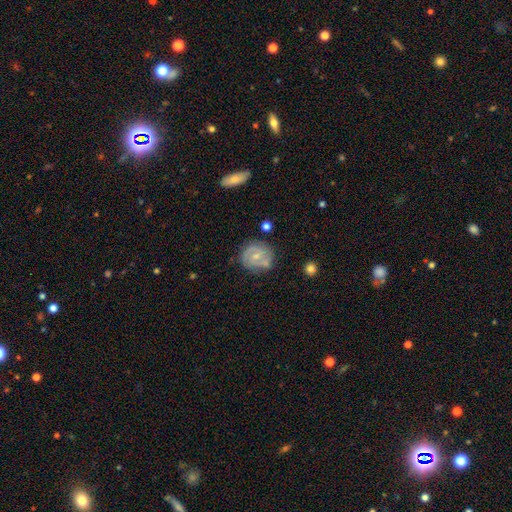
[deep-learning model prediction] A featured or disk galaxy (64%) with no bar (55%), 2 (72%) tight (48%) spiral arms (86%) and a small central bulge (59%).

Vote fractions:
- Smooth or featured? featured or disk: 64% / smooth: 29% / star or artifact: 7%
- Edge-on disk? no: 97% / yes: 3%
- Bar? no: 55% / weak: 38% / strong: 6%
- Spiral arms? yes: 86% / no: 14%
- Spiral winding? tight: 48% / medium: 40% / loose: 12%
- Spiral arm count? 2: 72% / can't tell: 15% / 3: 6% / 1: 4% / 4: 2% / more than 4: 1%
- Bulge size? small: 59% / moderate: 35% / none: 4% / large: 1% / dominant: 1%
- Merging? none: 69% / minor disturbance: 18% / merger: 8% / major disturbance: 5%